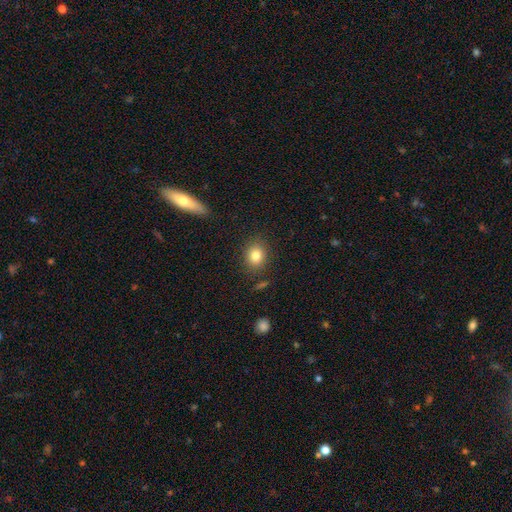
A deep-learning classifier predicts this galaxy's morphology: Smooth or featured? smooth (82%)
How rounded? round (64%)
Merging? none (85%)